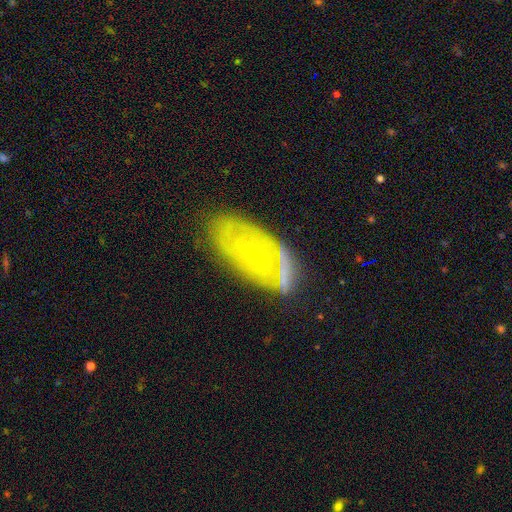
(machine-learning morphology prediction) A featured or disk galaxy (67%) with no bar (61%), spiral arms (64%) and a small central bulge (81%). Merging: none (53%).